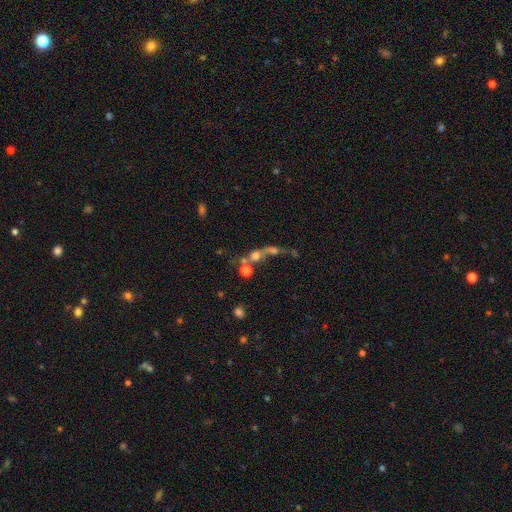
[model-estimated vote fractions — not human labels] Overall: smooth (53%; featured or disk 27%). How rounded: round (70%). Merging: merger (54%; none 25%).